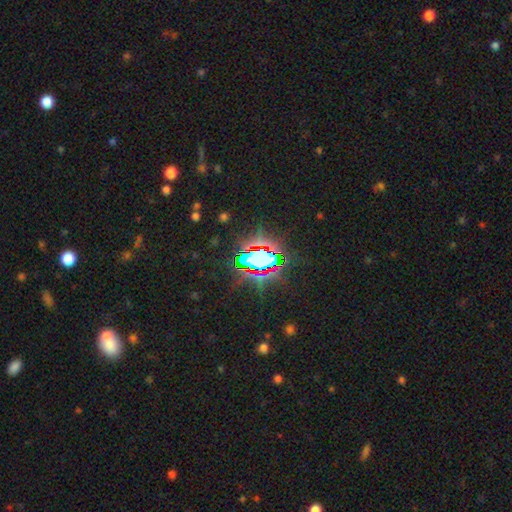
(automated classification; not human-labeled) Morphology: type=star or artifact (72%).